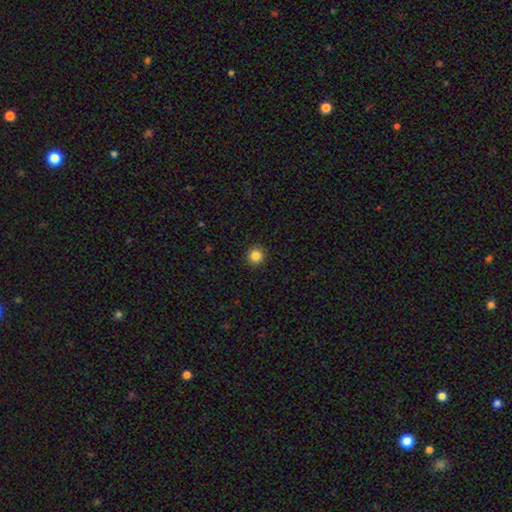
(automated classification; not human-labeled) The model was most divided on "smooth or featured": smooth: 85%, star or artifact: 11%, featured or disk: 4%. More confident: how rounded — round (94%); merging — none (93%).